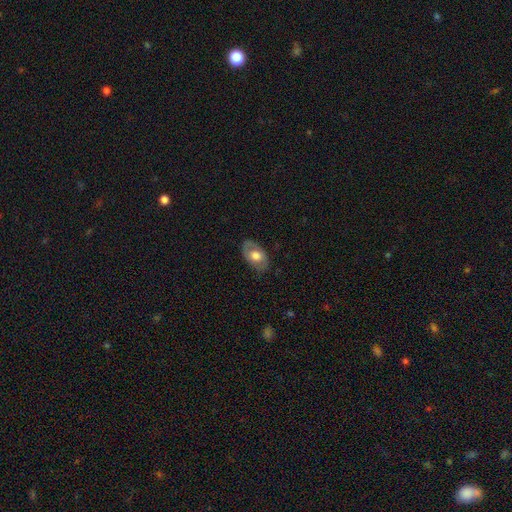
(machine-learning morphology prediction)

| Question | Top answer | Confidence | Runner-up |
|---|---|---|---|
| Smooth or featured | smooth | 55% | featured or disk (39%) |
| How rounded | in between | 88% | round (11%) |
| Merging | none | 76% | minor disturbance (17%) |